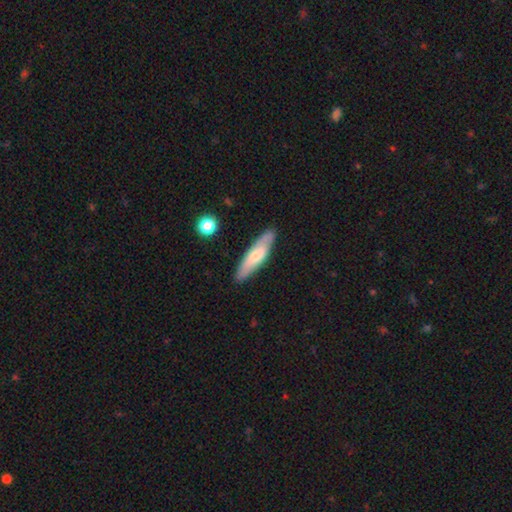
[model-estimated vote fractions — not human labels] Q: Smooth or featured?
A: smooth (58%); runner-up: featured or disk (36%)
Q: How rounded?
A: cigar-shaped (69%); runner-up: in between (29%)
Q: Merging?
A: none (86%); runner-up: minor disturbance (11%)